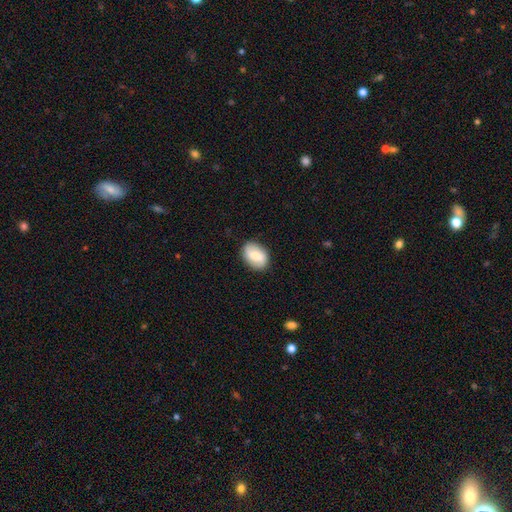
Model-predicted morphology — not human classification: A smooth galaxy with no disk features (62%) that is in between round and cigar-shaped (82%). Merging: none (84%).